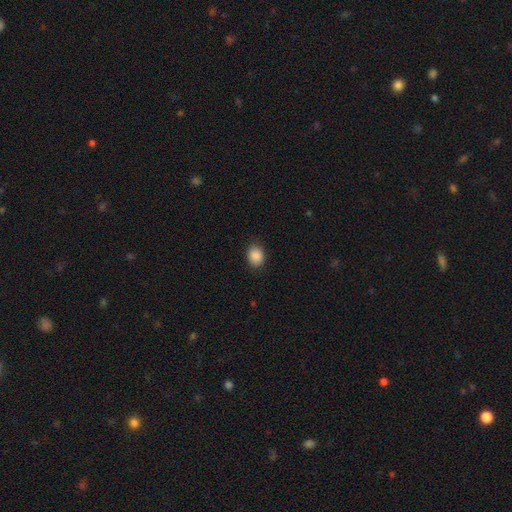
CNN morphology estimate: The model was most divided on "how rounded": round: 50%, in between: 49%, cigar-shaped: 1%. More confident: smooth or featured — smooth (89%); merging — none (86%).